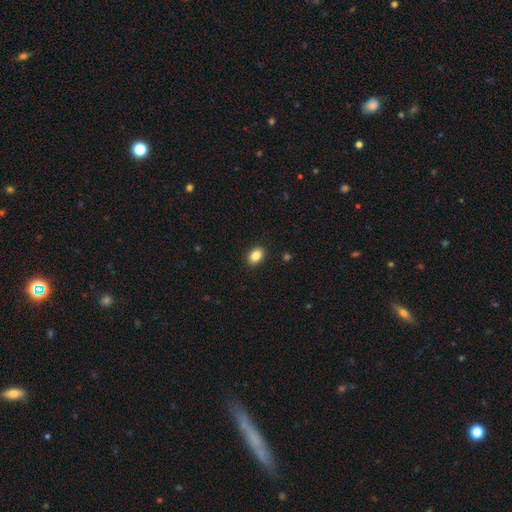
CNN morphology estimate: Q: Smooth or featured?
A: smooth (85%); runner-up: star or artifact (9%)
Q: How rounded?
A: in between (76%); runner-up: round (23%)
Q: Merging?
A: none (90%); runner-up: minor disturbance (7%)